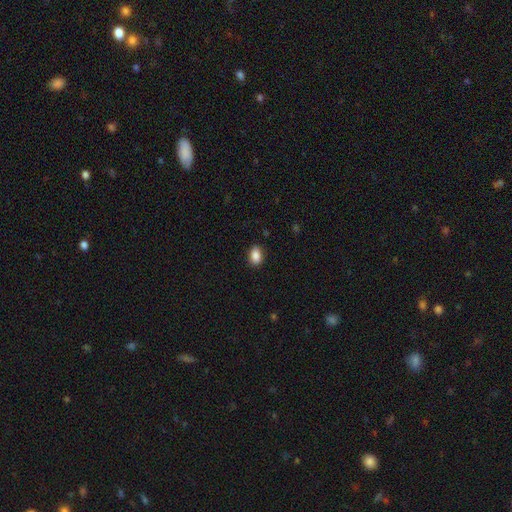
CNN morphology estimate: Q: Smooth or featured?
A: smooth (88%); runner-up: star or artifact (8%)
Q: How rounded?
A: in between (85%); runner-up: round (13%)
Q: Merging?
A: none (87%); runner-up: minor disturbance (10%)